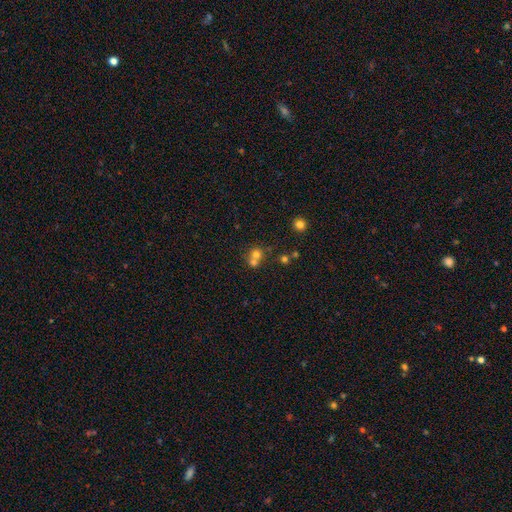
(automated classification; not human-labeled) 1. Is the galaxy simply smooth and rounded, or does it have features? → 70% smooth, 16% star or artifact, 15% featured or disk.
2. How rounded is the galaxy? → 83% round, 16% in between, 1% cigar-shaped.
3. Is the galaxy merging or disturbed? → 55% merger, 37% none, 5% minor disturbance, 3% major disturbance.